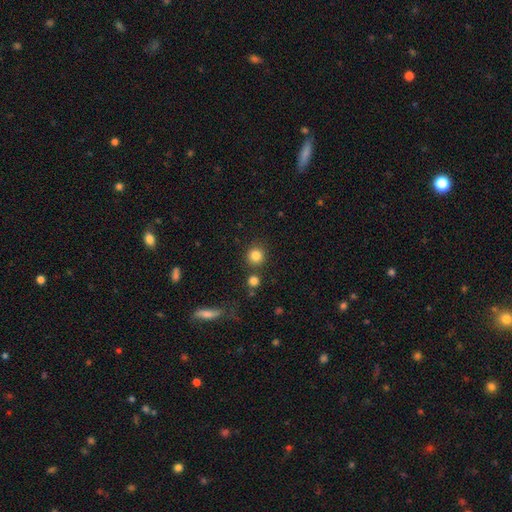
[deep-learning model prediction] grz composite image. It shows a smooth galaxy with no disk features (83%) that is round (92%). Merging: none (82%).